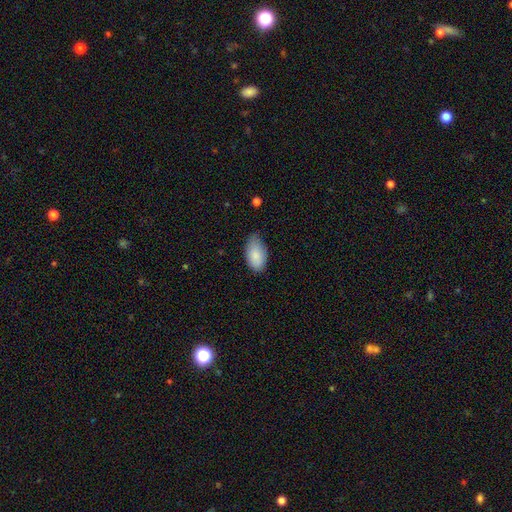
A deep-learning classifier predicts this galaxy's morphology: The model was most divided on "merging": none: 64%, minor disturbance: 30%, major disturbance: 4%, merger: 1%. More confident: how rounded — in between (95%); smooth or featured — smooth (87%).